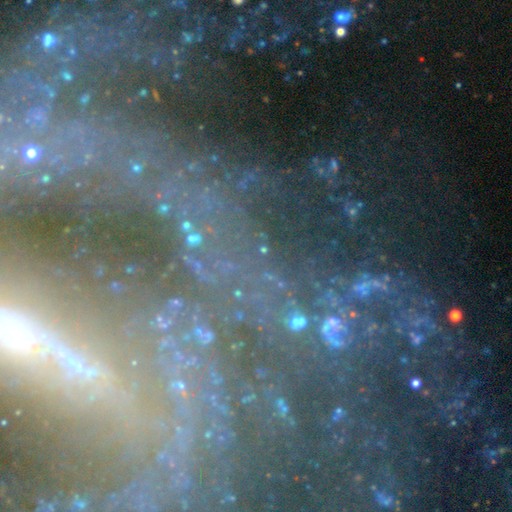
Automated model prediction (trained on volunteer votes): A featured or disk galaxy (52%).

Vote fractions:
- Smooth or featured? featured or disk: 52% / star or artifact: 37% / smooth: 12%
- Edge-on disk? no: 84% / yes: 16%
- Merging? none: 58% / major disturbance: 20% / minor disturbance: 15% / merger: 7%